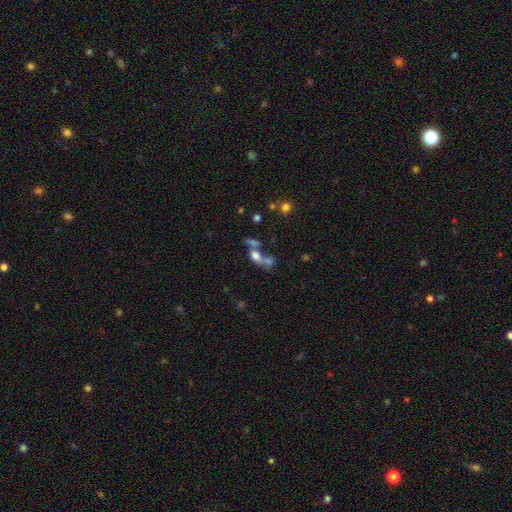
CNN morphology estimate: Smooth or featured?
  - smooth: 60% *
  - featured or disk: 25%
  - star or artifact: 15%
How rounded?
  - in between: 61% *
  - round: 28%
  - cigar-shaped: 11%
Merging?
  - merger: 55% *
  - none: 25%
  - major disturbance: 11%
  - minor disturbance: 9%